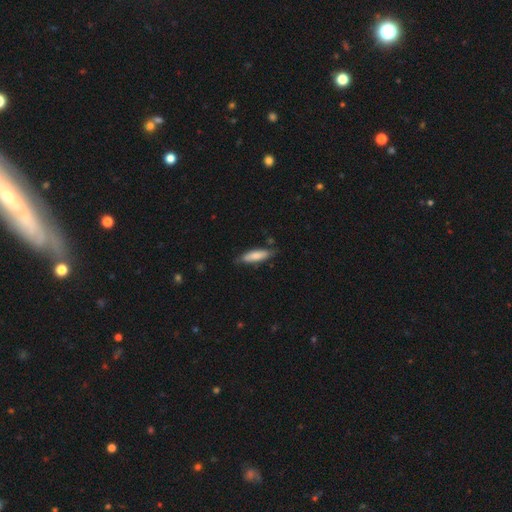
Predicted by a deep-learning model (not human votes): This is likely a smooth galaxy (77%). How rounded: likely cigar-shaped (61%). Merging: likely none (75%).